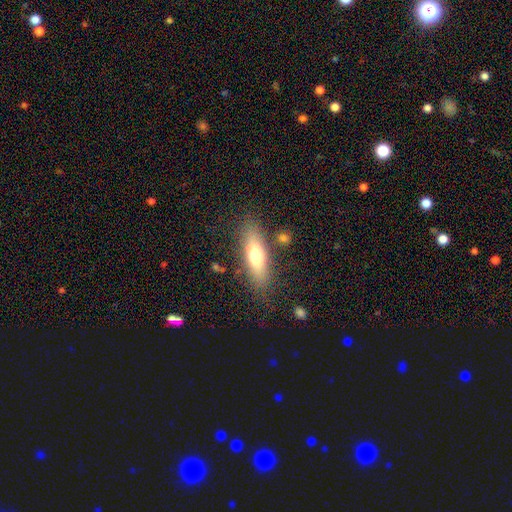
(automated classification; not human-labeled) The model was most divided on "how rounded": in between: 53%, cigar-shaped: 44%, round: 3%. More confident: merging — none (79%); smooth or featured — smooth (66%).